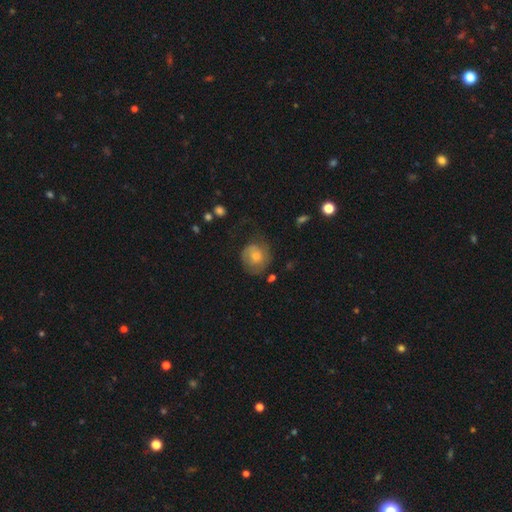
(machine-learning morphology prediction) Smooth or featured?
  - smooth: 55% *
  - featured or disk: 38%
  - star or artifact: 7%
How rounded?
  - round: 79% *
  - in between: 20%
  - cigar-shaped: 1%
Merging?
  - none: 51% *
  - minor disturbance: 26%
  - major disturbance: 21%
  - merger: 2%